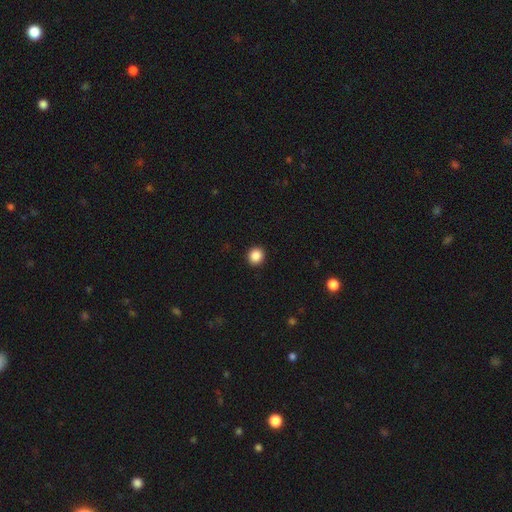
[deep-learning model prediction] Morphology: type=smooth (88%); roundness=round (89%); merging=none (93%).